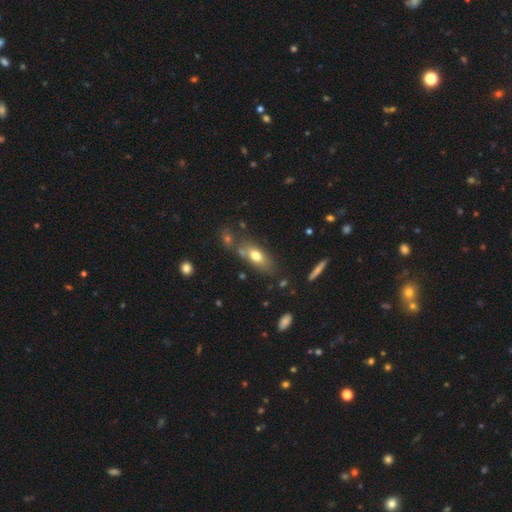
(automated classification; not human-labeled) Q: Smooth or featured?
A: smooth (69%); runner-up: featured or disk (22%)
Q: How rounded?
A: in between (77%); runner-up: cigar-shaped (17%)
Q: Merging?
A: none (59%); runner-up: minor disturbance (18%)